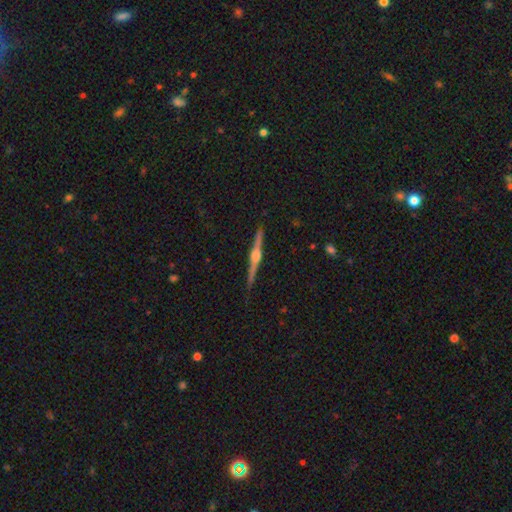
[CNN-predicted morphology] A featured or disk galaxy (87%) viewed edge-on (99%) with a rounded central bulge (94%). Merging: none (92%).